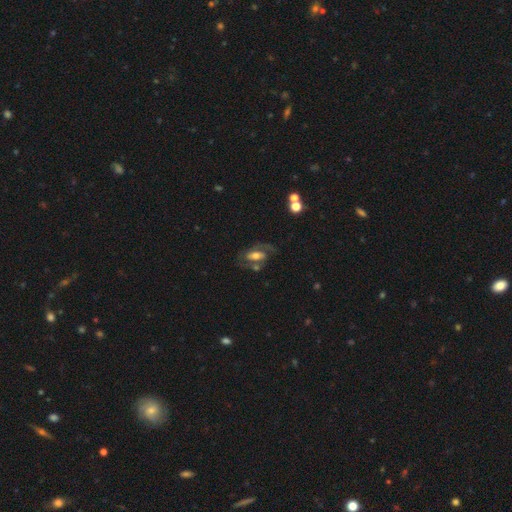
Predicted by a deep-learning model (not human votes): Morphology: type=featured or disk (69%); edge-on=no (91%); bar=no (36%); spiral arms=yes (78%); bulge=moderate (59%); merging=none (58%).